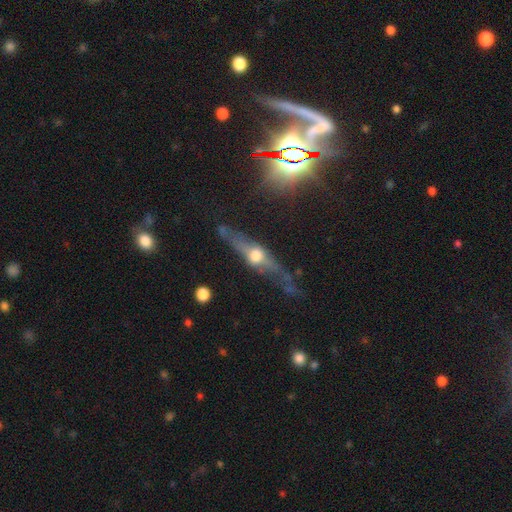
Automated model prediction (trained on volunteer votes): A featured or disk galaxy (76%) viewed edge-on (88%) with a rounded central bulge (94%).

Vote fractions:
- Smooth or featured? featured or disk: 76% / smooth: 17% / star or artifact: 8%
- Edge-on disk? yes: 88% / no: 12%
- Edge-on bulge? rounded: 94% / boxy: 3% / none: 2%
- Merging? none: 71% / minor disturbance: 18% / major disturbance: 8% / merger: 4%